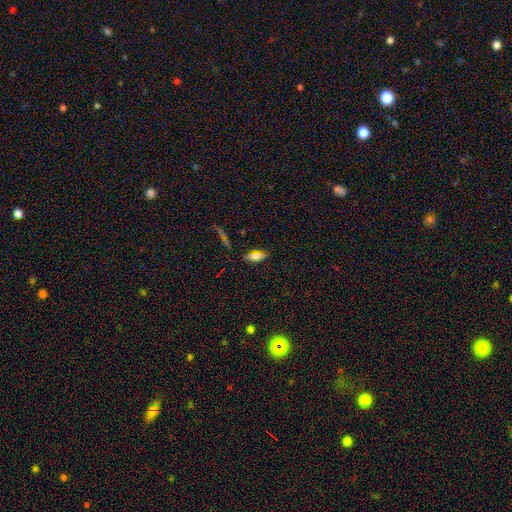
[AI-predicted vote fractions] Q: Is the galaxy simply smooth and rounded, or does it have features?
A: smooth — 56%.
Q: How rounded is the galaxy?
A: in between — 71%.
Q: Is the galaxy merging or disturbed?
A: none — 85%.